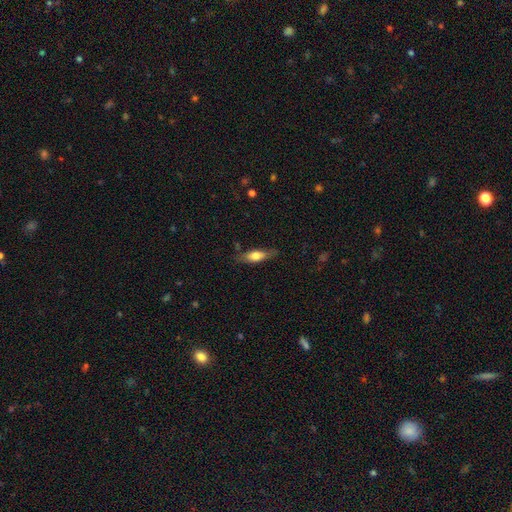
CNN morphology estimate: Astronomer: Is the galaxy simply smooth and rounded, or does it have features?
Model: smooth — 61%.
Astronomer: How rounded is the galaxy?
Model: in between — 53% (runner-up: cigar-shaped, 44%).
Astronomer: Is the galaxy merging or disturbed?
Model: none — 75%.